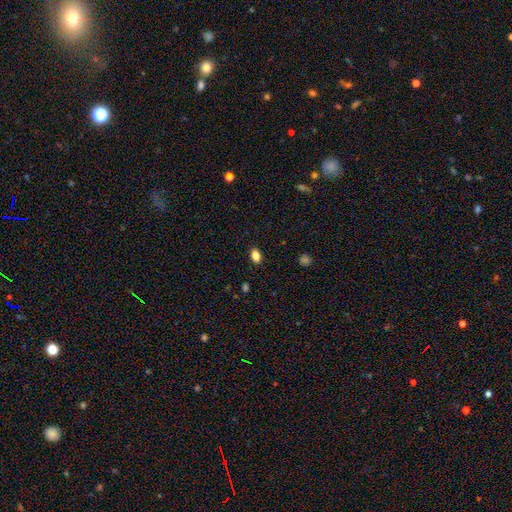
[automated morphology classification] Smooth or featured: smooth — 85% (star or artifact — 10%)
How rounded: in between — 86% (round — 13%)
Merging: none — 89% (minor disturbance — 8%)